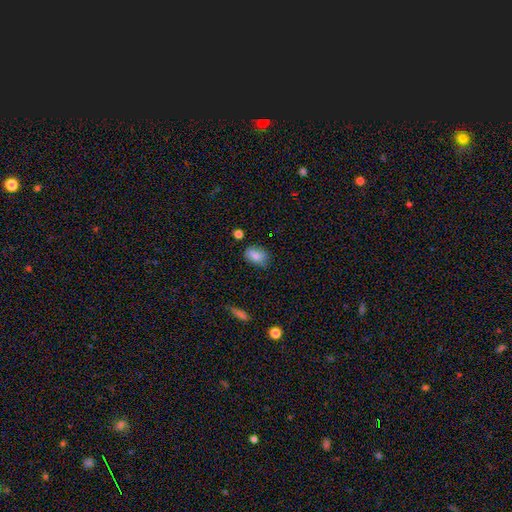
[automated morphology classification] The model was most divided on "merging": none: 69%, minor disturbance: 23%, major disturbance: 5%, merger: 3%. More confident: how rounded — in between (85%); smooth or featured — smooth (82%).